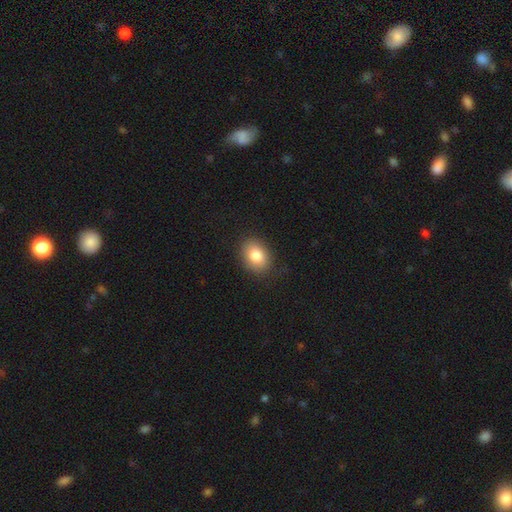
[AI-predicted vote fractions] Smooth or featured: smooth — 83% (star or artifact — 8%)
How rounded: in between — 67% (round — 32%)
Merging: none — 84% (minor disturbance — 12%)